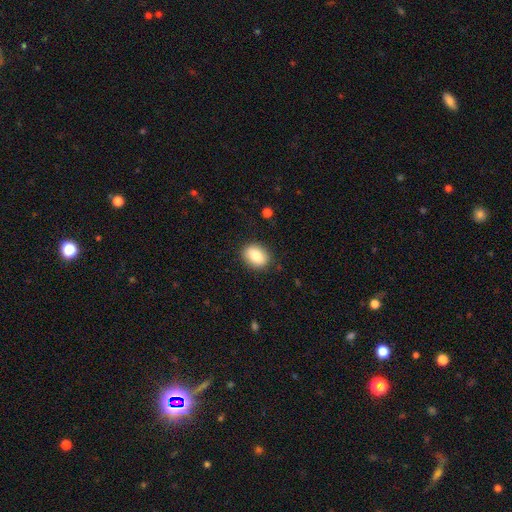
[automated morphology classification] Smooth or featured?
  - smooth: 83% *
  - featured or disk: 10%
  - star or artifact: 8%
How rounded?
  - in between: 67% *
  - round: 32%
  - cigar-shaped: 1%
Merging?
  - none: 87% *
  - minor disturbance: 9%
  - major disturbance: 2%
  - merger: 1%